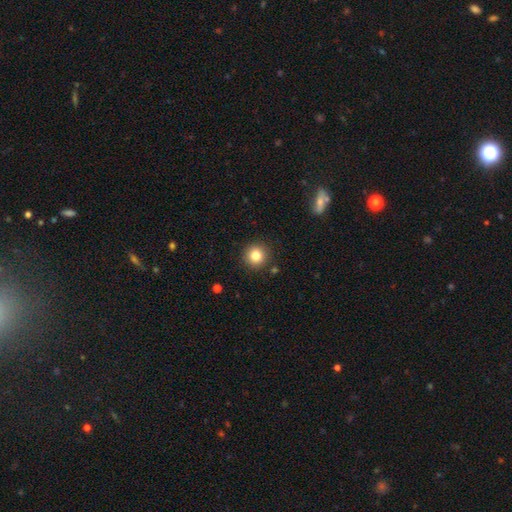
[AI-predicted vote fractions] This appears to be a smooth galaxy with no disk features (82%) that is round (94%). Merging: none (90%).